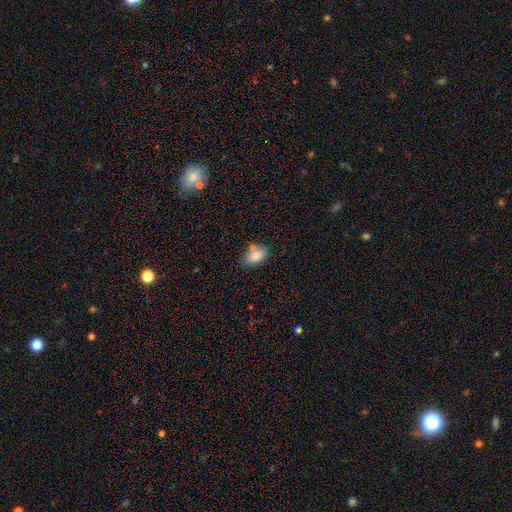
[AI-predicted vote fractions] smooth-or-featured: smooth: 82% | featured or disk: 10% | star or artifact: 8%
  how-rounded: in between: 90% | round: 8% | cigar-shaped: 2%
  merging: none: 65% | minor disturbance: 18% | merger: 13% | major disturbance: 4%